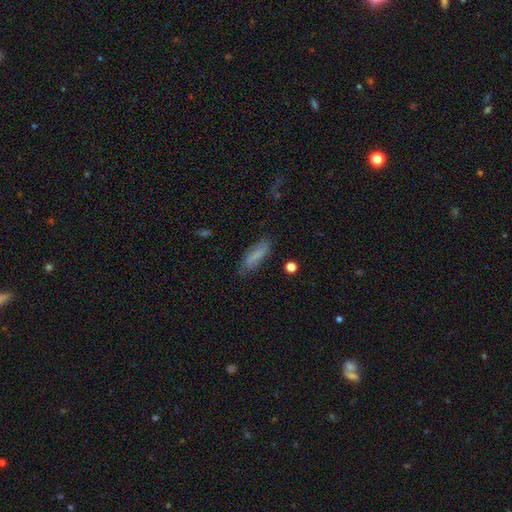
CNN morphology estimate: Smooth or featured? smooth (74%)
How rounded? cigar-shaped (51%)
Merging? none (75%)